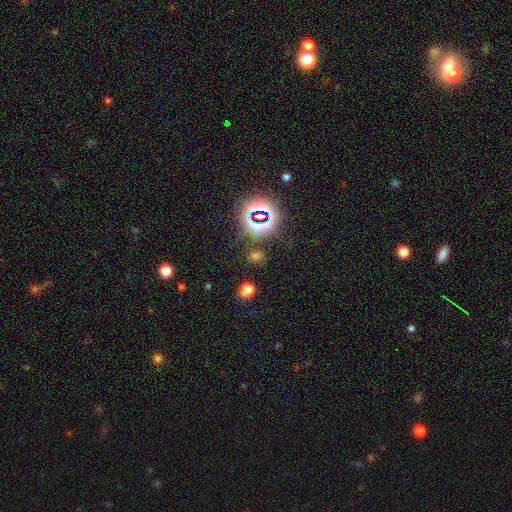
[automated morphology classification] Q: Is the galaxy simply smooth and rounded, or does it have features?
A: smooth — 50%.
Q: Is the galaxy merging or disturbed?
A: none — 78%.